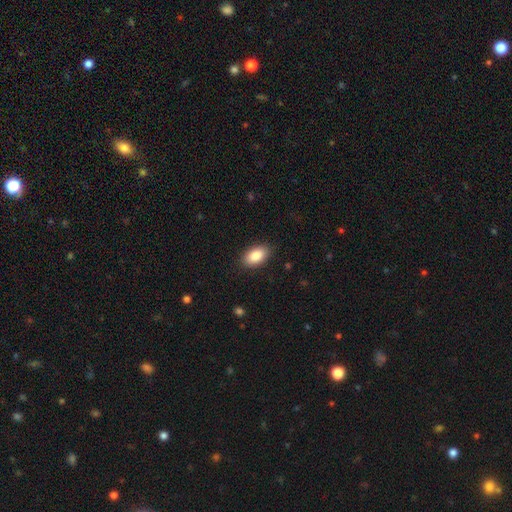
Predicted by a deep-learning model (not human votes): A smooth galaxy with no disk features (87%) that is in between round and cigar-shaped (94%). Merging: none (88%).